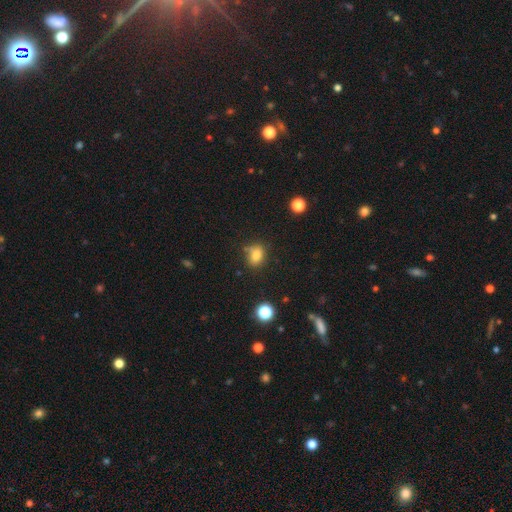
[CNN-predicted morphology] Overall: smooth (80%). How rounded: in between (62%; round 36%). Merging: none (66%).